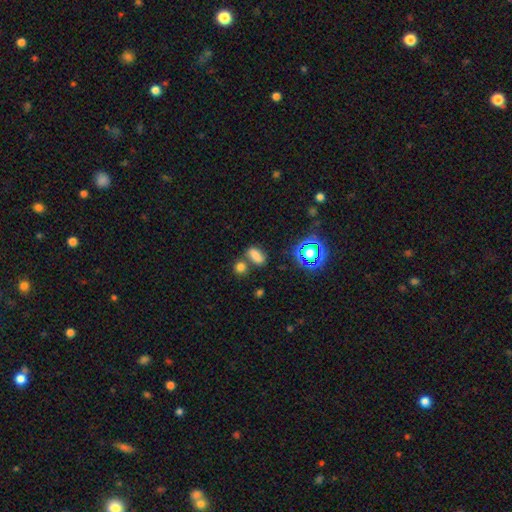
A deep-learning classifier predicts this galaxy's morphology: smooth_or_featured: smooth (p=0.72) [alt: star or artifact p=0.20]
how_rounded: in between (p=0.79) [alt: round p=0.14]
merging: none (p=0.58) [alt: merger p=0.24]